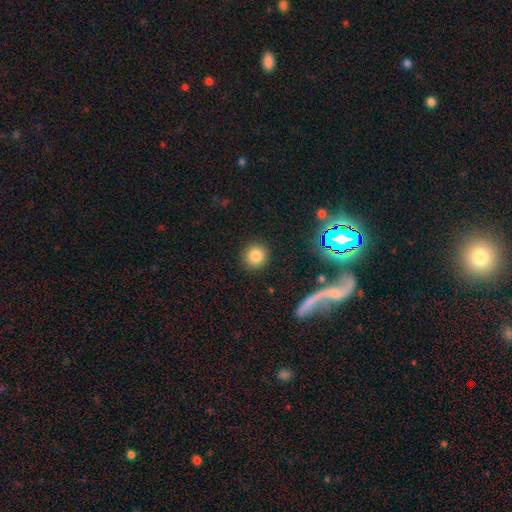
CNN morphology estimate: The model was most divided on "smooth or featured": smooth: 81%, star or artifact: 13%, featured or disk: 6%. More confident: how rounded — round (93%); merging — none (91%).